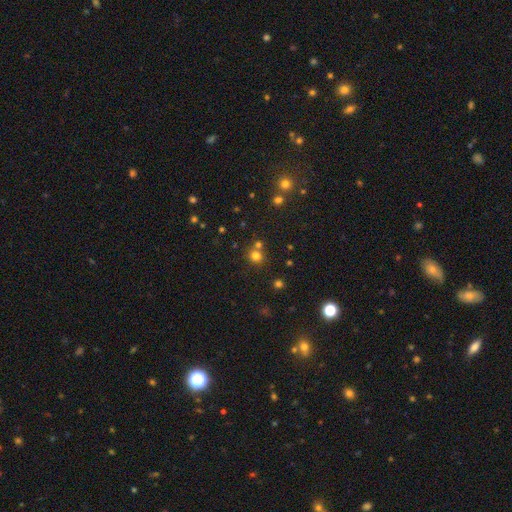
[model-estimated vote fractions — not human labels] smooth 74%, star or artifact 19%, featured or disk 7%. Down the decision tree: how rounded — round (90%); merging — none (67%).